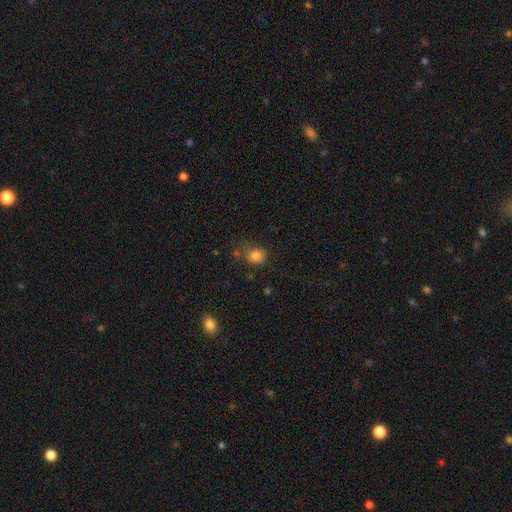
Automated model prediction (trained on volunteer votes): smooth 81%, star or artifact 13%, featured or disk 6%. Down the decision tree: how rounded — round (66%); merging — none (60%).